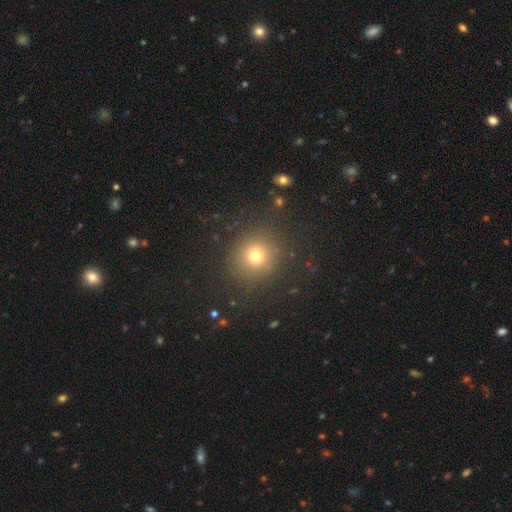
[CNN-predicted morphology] smooth 72%, star or artifact 19%, featured or disk 9%. Down the decision tree: how rounded — round (90%); merging — none (87%).